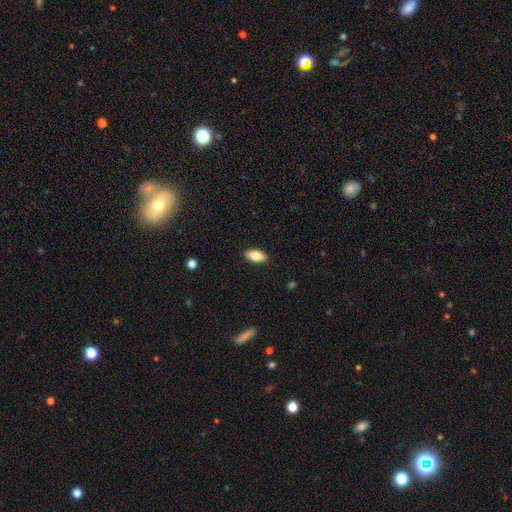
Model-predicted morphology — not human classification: The model was most divided on "smooth or featured": smooth: 78%, featured or disk: 15%, star or artifact: 7%. More confident: merging — none (89%); how rounded — in between (88%).